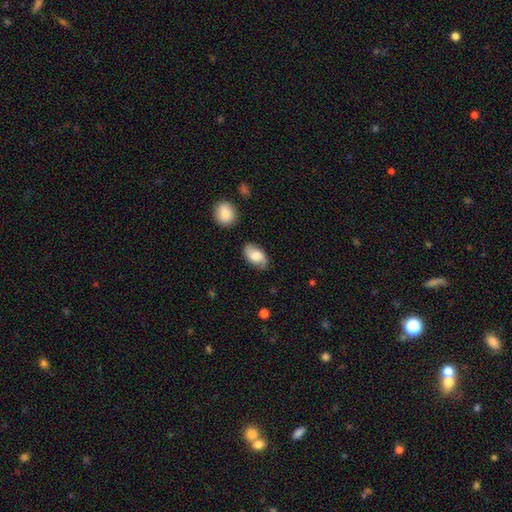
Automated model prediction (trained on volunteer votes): Overall: smooth (65%; featured or disk 28%). How rounded: in between (91%). Merging: none (78%).